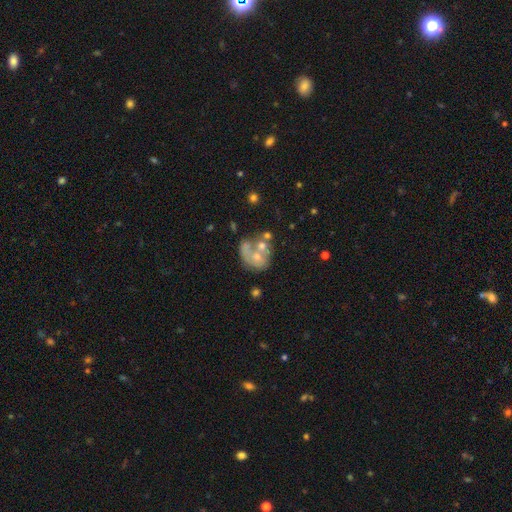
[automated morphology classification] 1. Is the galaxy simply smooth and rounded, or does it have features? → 52% featured or disk, 38% smooth, 10% star or artifact.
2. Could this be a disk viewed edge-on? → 98% no, 2% yes.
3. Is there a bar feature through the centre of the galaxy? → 87% no, 10% weak, 2% strong.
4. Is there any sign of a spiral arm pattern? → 74% no, 26% yes.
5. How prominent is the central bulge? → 46% small, 36% moderate, 14% none, 2% large, 2% dominant.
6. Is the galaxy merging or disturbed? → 41% merger, 24% none, 20% major disturbance, 15% minor disturbance.